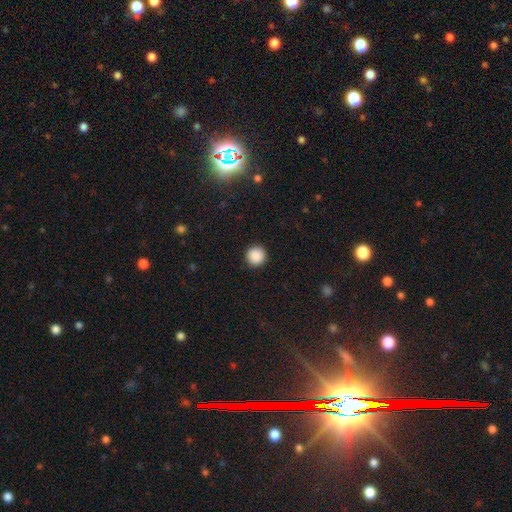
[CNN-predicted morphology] smooth 89%, star or artifact 9%, featured or disk 2%. Down the decision tree: how rounded — round (96%); merging — none (93%).